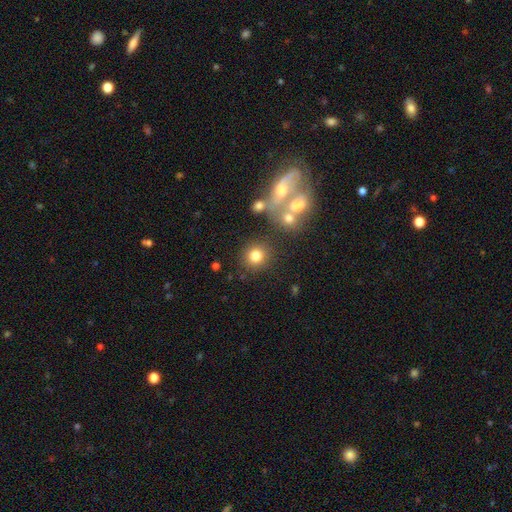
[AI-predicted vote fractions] Smooth or featured?
  - smooth: 79% *
  - star or artifact: 13%
  - featured or disk: 9%
How rounded?
  - round: 88% *
  - in between: 11%
  - cigar-shaped: 1%
Merging?
  - none: 80% *
  - minor disturbance: 8%
  - merger: 7%
  - major disturbance: 5%